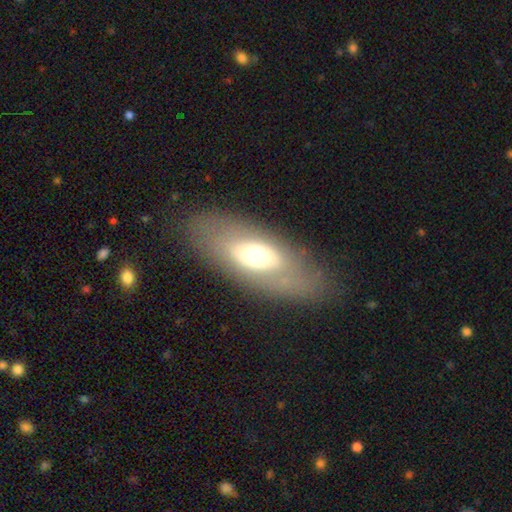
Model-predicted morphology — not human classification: type=smooth (48%); merging=none (79%).